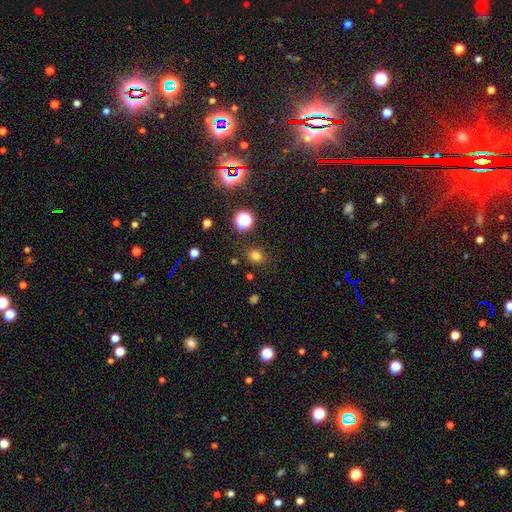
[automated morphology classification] Q: Smooth or featured?
A: smooth (76%); runner-up: star or artifact (19%)
Q: How rounded?
A: round (66%); runner-up: in between (33%)
Q: Merging?
A: none (84%); runner-up: minor disturbance (10%)